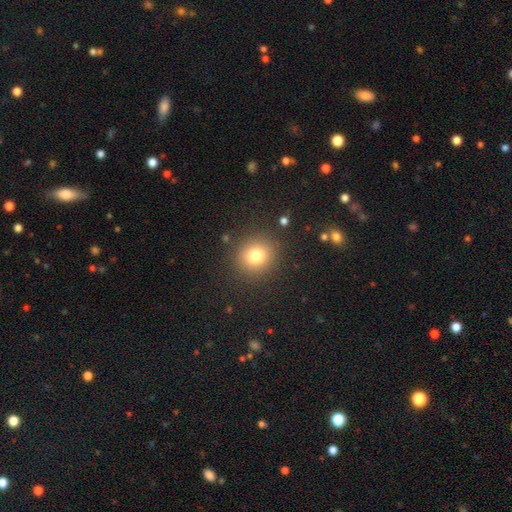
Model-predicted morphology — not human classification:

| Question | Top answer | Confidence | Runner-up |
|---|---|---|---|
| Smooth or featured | smooth | 78% | star or artifact (13%) |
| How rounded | round | 87% | in between (12%) |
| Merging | none | 88% | minor disturbance (7%) |